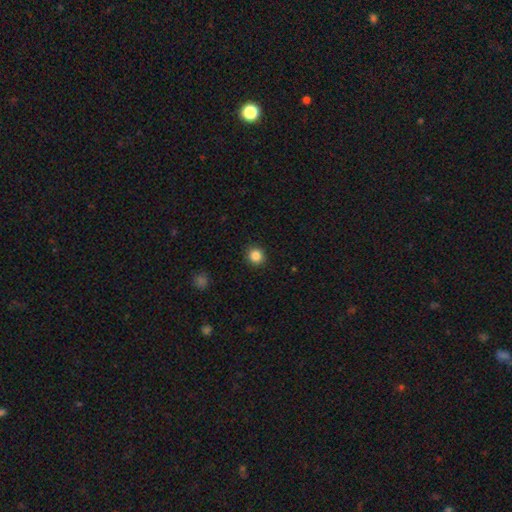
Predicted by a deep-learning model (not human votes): This appears to be a smooth galaxy with no disk features (85%) that is round (90%). Merging: none (92%).